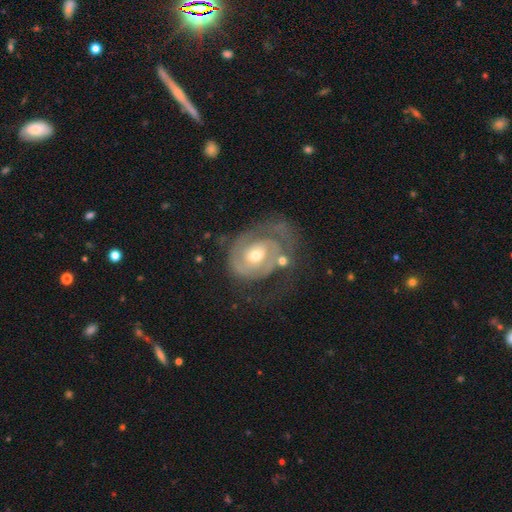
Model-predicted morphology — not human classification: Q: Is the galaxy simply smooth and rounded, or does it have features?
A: featured or disk — 85%.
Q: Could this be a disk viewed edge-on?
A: no — 97%.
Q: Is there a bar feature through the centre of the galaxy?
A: no — 65%.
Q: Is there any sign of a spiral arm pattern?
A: yes — 91%.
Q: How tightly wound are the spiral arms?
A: tight — 65%.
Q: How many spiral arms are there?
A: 2 — 41%.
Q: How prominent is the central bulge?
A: moderate — 60%.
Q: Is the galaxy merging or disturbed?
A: none — 46%.